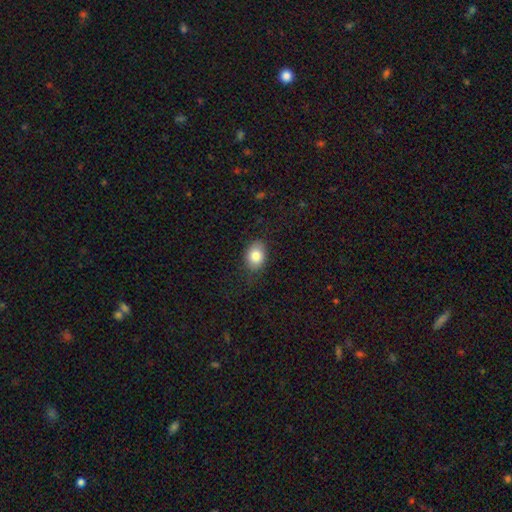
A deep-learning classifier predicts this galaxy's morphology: Smooth or featured? Predicted: smooth (p=0.84). How rounded? Predicted: in between (p=0.70). Merging? Predicted: none (p=0.78).